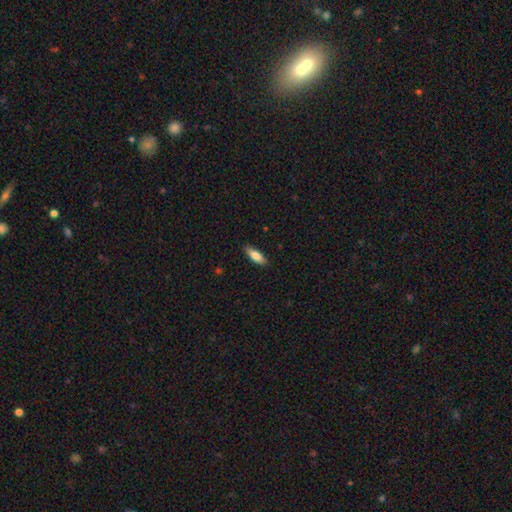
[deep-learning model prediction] A smooth galaxy with no disk features (72%) that is in between round and cigar-shaped (58%).

Vote fractions:
- Smooth or featured? smooth: 72% / featured or disk: 21% / star or artifact: 6%
- How rounded? in between: 58% / cigar-shaped: 40% / round: 2%
- Merging? none: 88% / minor disturbance: 9% / major disturbance: 2% / merger: 1%